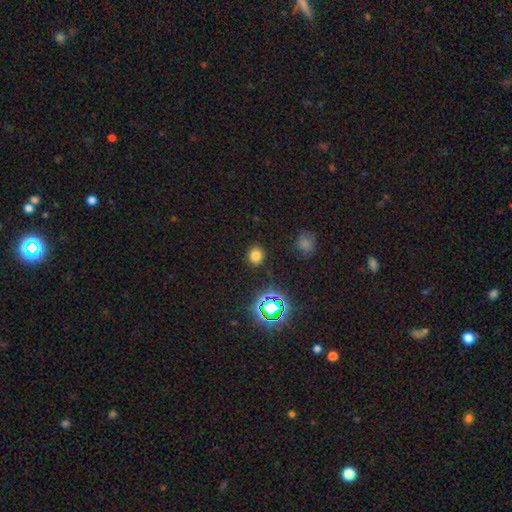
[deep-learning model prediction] Morphology: type=smooth (73%); roundness=round (76%); merging=none (88%).